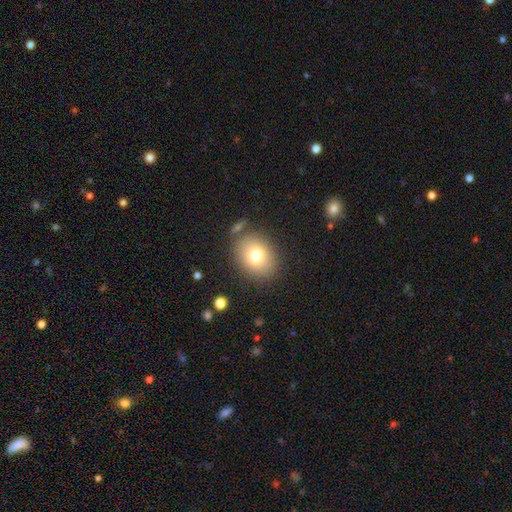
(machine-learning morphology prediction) A smooth galaxy with no disk features (76%) that is round (51%). Merging: none (80%).